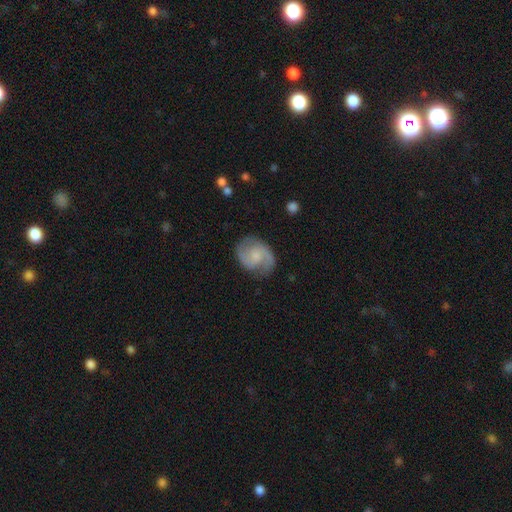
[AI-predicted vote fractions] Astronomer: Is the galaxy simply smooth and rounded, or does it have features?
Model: featured or disk — 79%.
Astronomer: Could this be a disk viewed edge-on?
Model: no — 98%.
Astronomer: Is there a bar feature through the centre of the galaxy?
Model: no — 51% (runner-up: weak, 42%).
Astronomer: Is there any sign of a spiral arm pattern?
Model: yes — 96%.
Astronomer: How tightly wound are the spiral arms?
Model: medium — 54%.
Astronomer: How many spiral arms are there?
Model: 2 — 90%.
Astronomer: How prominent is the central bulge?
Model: small — 43% (runner-up: moderate, 31%).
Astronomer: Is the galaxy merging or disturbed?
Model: none — 78%.